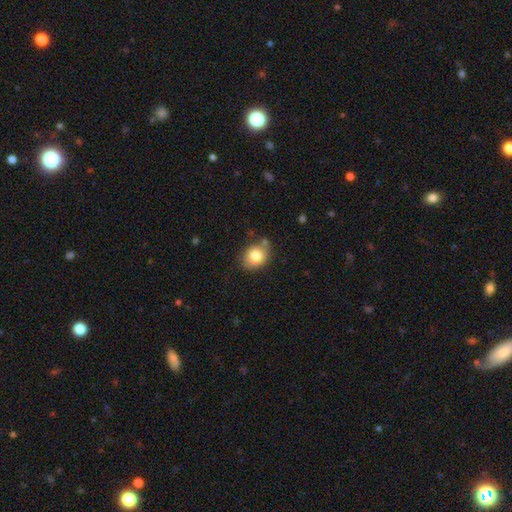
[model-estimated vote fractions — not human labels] Overall: smooth (80%). How rounded: round (50%; in between 49%). Merging: none (70%).